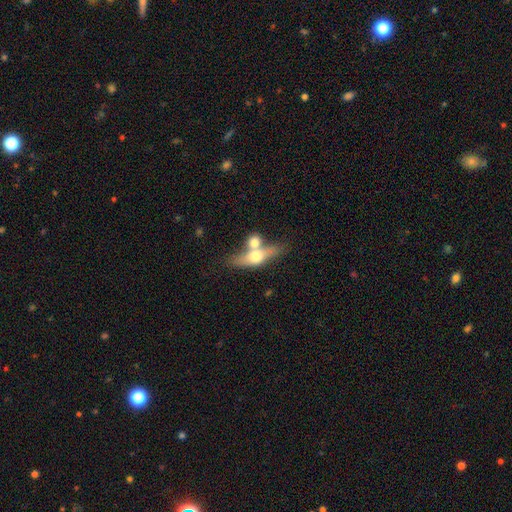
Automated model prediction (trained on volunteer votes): smooth-or-featured: smooth: 49% | featured or disk: 44% | star or artifact: 7%
  merging: merger: 47% | none: 37% | minor disturbance: 11% | major disturbance: 6%